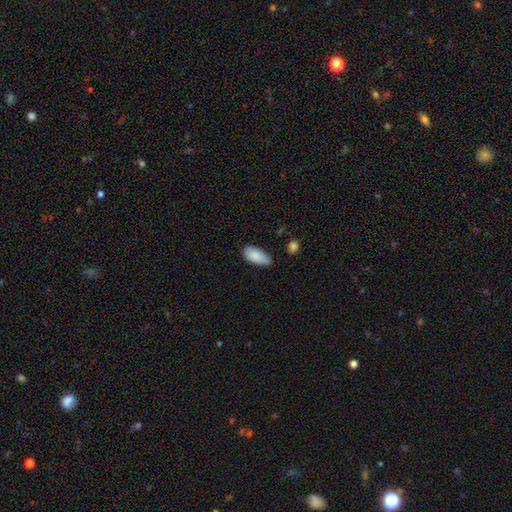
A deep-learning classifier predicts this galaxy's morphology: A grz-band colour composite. It shows a smooth galaxy with no disk features (88%) that is in between round and cigar-shaped (89%). Merging: none (68%).